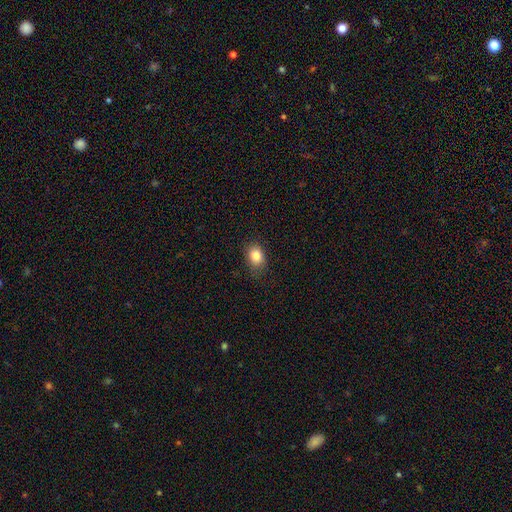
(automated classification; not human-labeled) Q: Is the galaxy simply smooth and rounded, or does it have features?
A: smooth — 83%.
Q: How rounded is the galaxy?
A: in between — 63%.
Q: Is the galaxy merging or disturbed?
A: none — 81%.